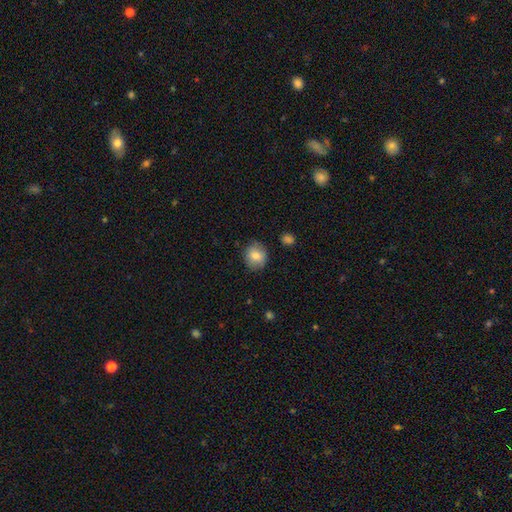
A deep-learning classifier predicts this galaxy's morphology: A smooth galaxy with no disk features (79%) that is round (73%).

Vote fractions:
- Smooth or featured? smooth: 79% / featured or disk: 13% / star or artifact: 8%
- How rounded? round: 73% / in between: 26% / cigar-shaped: 1%
- Merging? none: 83% / minor disturbance: 13% / major disturbance: 3% / merger: 1%